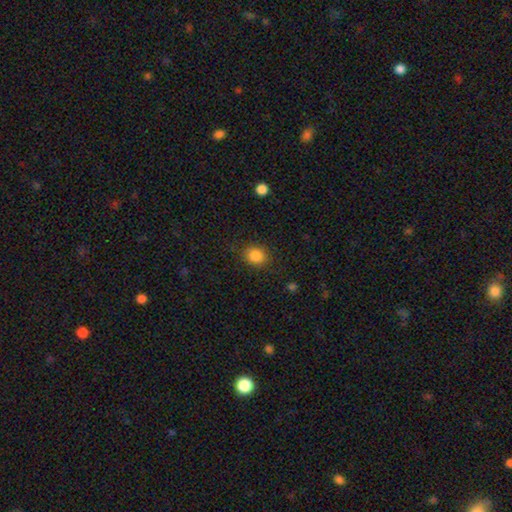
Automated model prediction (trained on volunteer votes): smooth-or-featured: smooth: 85% | star or artifact: 10% | featured or disk: 5%
  how-rounded: round: 67% | in between: 32% | cigar-shaped: 1%
  merging: none: 83% | minor disturbance: 12% | major disturbance: 3% | merger: 1%